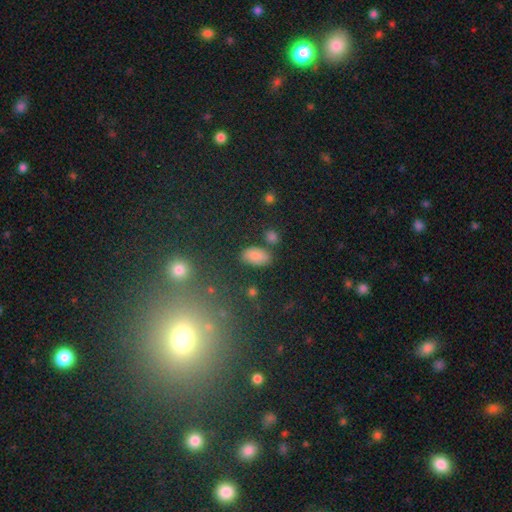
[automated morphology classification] This appears to be a smooth galaxy with no disk features (82%) that is in between round and cigar-shaped (93%). Merging: none (76%).